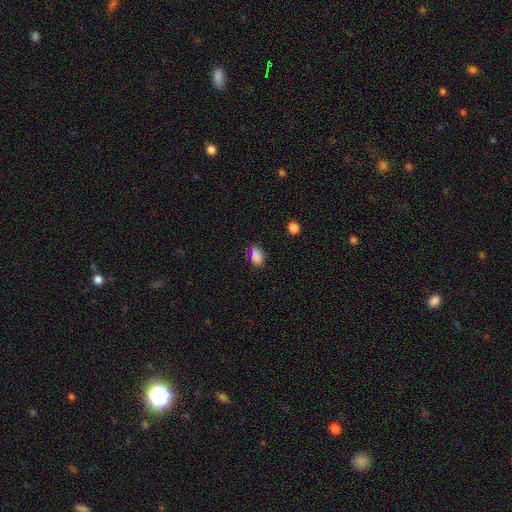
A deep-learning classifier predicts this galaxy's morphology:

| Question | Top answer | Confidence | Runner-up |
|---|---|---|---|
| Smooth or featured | smooth | 86% | star or artifact (10%) |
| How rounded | in between | 85% | round (14%) |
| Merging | none | 74% | minor disturbance (20%) |